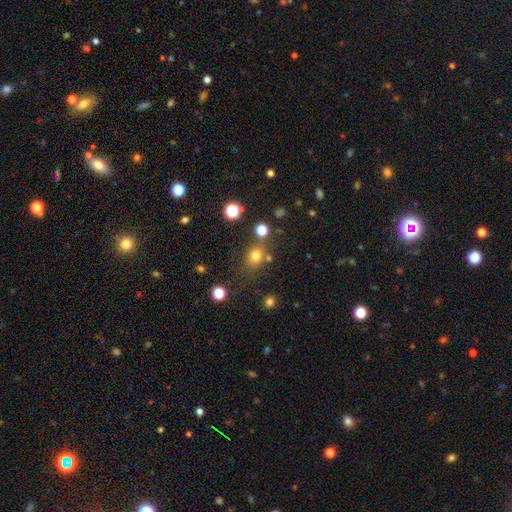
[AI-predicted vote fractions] Q: Smooth or featured?
A: smooth (75%); runner-up: star or artifact (18%)
Q: How rounded?
A: round (69%); runner-up: in between (30%)
Q: Merging?
A: none (72%); runner-up: minor disturbance (13%)